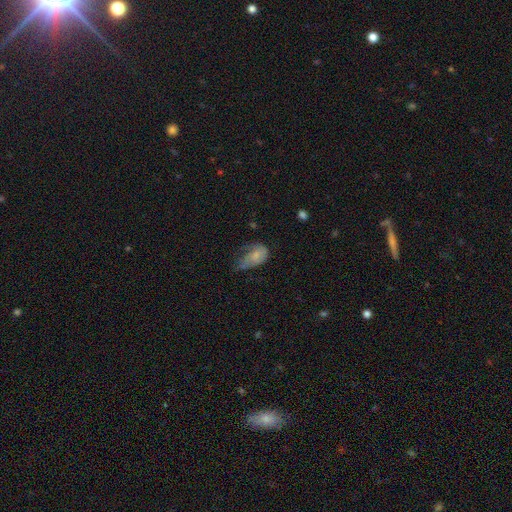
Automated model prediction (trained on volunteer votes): This appears to be a smooth galaxy with no disk features (63%) that is in between round and cigar-shaped (88%). Merging: major disturbance (41%).